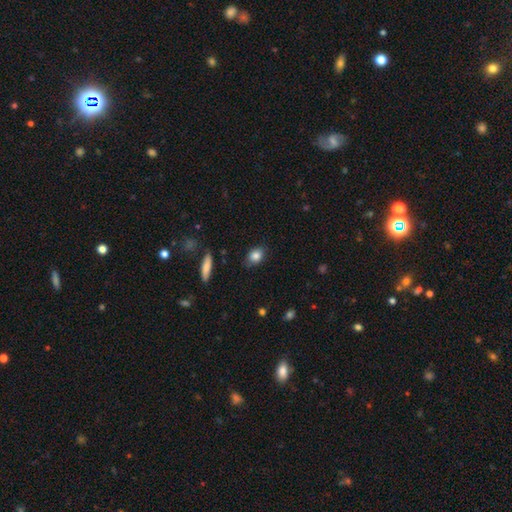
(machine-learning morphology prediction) Overall: smooth (84%). How rounded: in between (69%). Merging: none (80%).